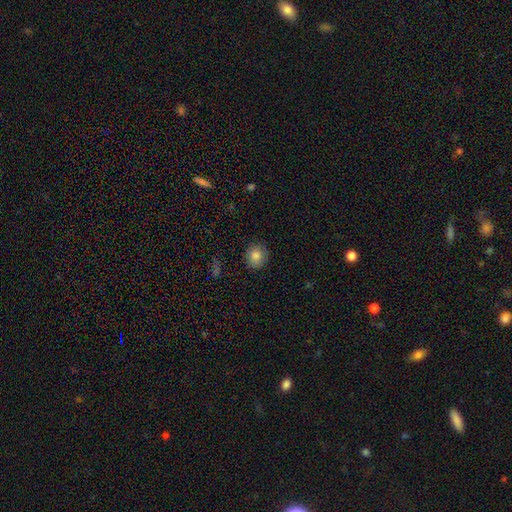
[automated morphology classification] smooth 84%, star or artifact 10%, featured or disk 6%. Down the decision tree: how rounded — round (84%); merging — none (88%).